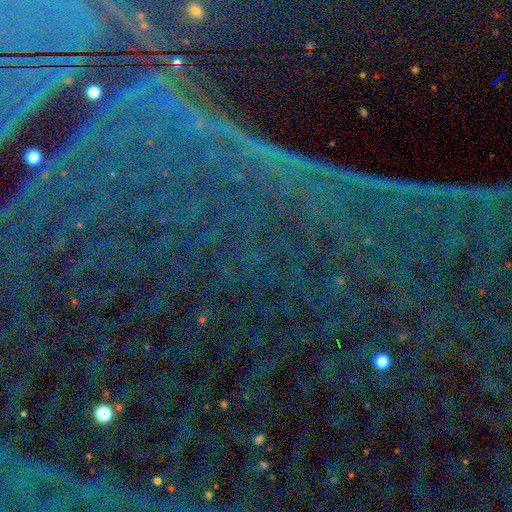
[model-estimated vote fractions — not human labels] Smooth or featured? star or artifact (88%)